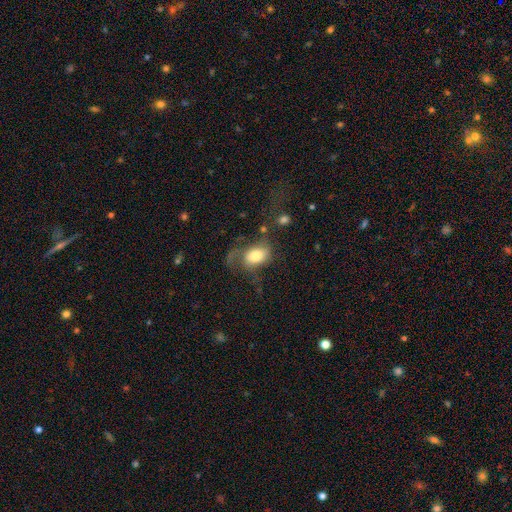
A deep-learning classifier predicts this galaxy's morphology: Q: Smooth or featured?
A: smooth (67%); runner-up: featured or disk (25%)
Q: How rounded?
A: in between (78%); runner-up: round (21%)
Q: Merging?
A: major disturbance (41%); runner-up: none (31%)